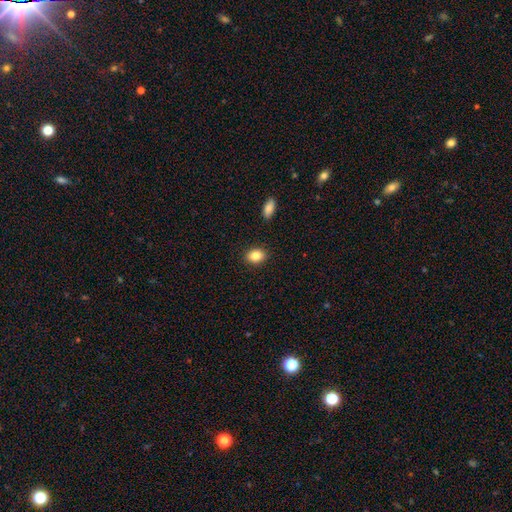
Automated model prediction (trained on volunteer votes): smooth 85%, star or artifact 8%, featured or disk 7%. Down the decision tree: how rounded — in between (71%); merging — none (89%).